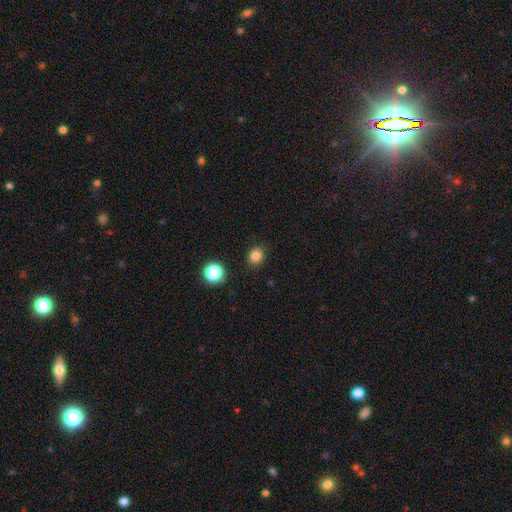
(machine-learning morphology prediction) The model was most divided on "how rounded": round: 80%, in between: 19%, cigar-shaped: 1%. More confident: merging — none (90%); smooth or featured — smooth (82%).